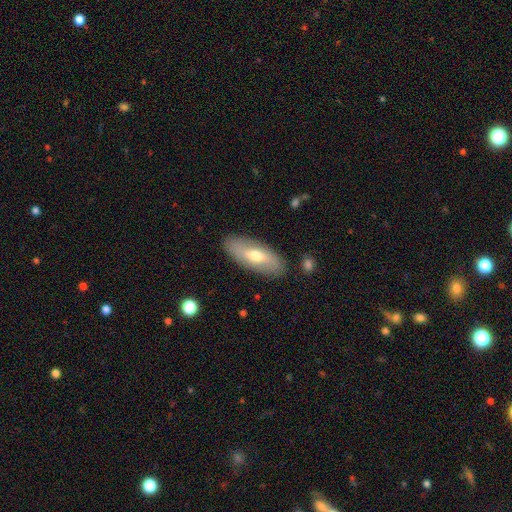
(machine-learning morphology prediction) Smooth or featured?
  - smooth: 57% *
  - featured or disk: 37%
  - star or artifact: 6%
How rounded?
  - in between: 80% *
  - cigar-shaped: 17%
  - round: 3%
Merging?
  - none: 86% *
  - minor disturbance: 10%
  - major disturbance: 3%
  - merger: 1%